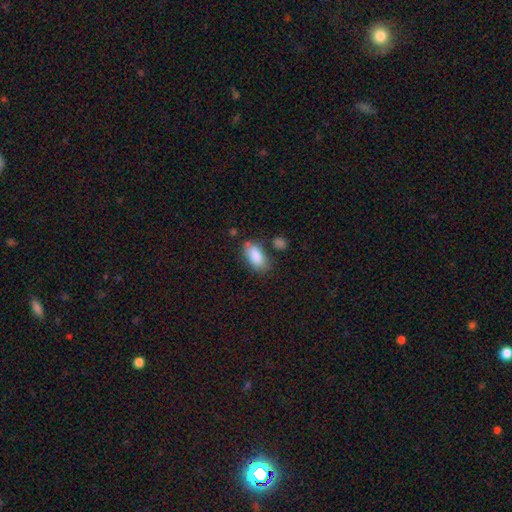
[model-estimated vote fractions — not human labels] Overall: smooth (86%). How rounded: in between (91%). Merging: none (68%).